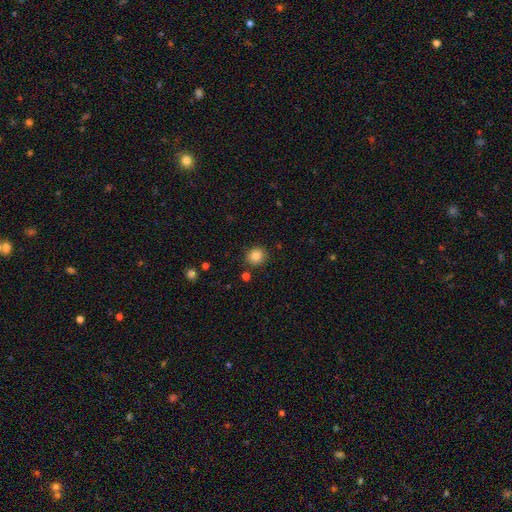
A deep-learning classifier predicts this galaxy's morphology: smooth 85%, star or artifact 10%, featured or disk 5%. Down the decision tree: how rounded — round (84%); merging — none (88%).